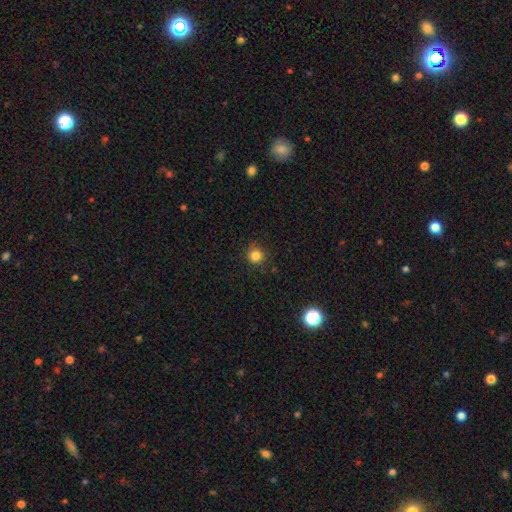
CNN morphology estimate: Smooth or featured?
  - smooth: 83% *
  - star or artifact: 13%
  - featured or disk: 4%
How rounded?
  - round: 94% *
  - in between: 5%
  - cigar-shaped: 1%
Merging?
  - none: 86% *
  - minor disturbance: 10%
  - major disturbance: 3%
  - merger: 1%